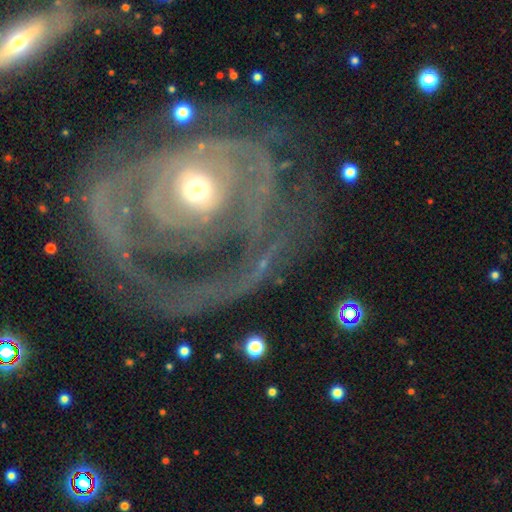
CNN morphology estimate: Smooth or featured? Predicted: featured or disk (p=0.83). Edge-on disk? Predicted: no (p=0.96). Bar? Predicted: no (p=0.68). Spiral arms? Predicted: yes (p=0.81). Spiral winding? Predicted: tight (p=0.57). Spiral arm count? Predicted: can't tell (p=0.32). Bulge size? Predicted: moderate (p=0.59). Merging? Predicted: none (p=0.47).